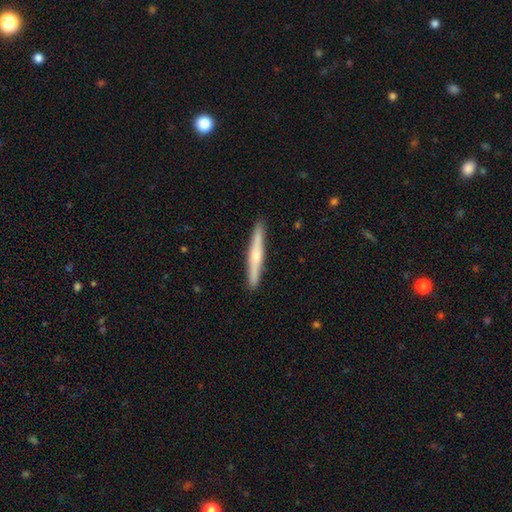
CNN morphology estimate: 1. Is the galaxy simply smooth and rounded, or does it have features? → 60% featured or disk, 35% smooth, 6% star or artifact.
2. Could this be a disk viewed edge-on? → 96% yes, 4% no.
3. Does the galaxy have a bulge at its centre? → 81% rounded, 16% none, 3% boxy.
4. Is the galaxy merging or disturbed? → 92% none, 6% minor disturbance, 1% major disturbance, 1% merger.